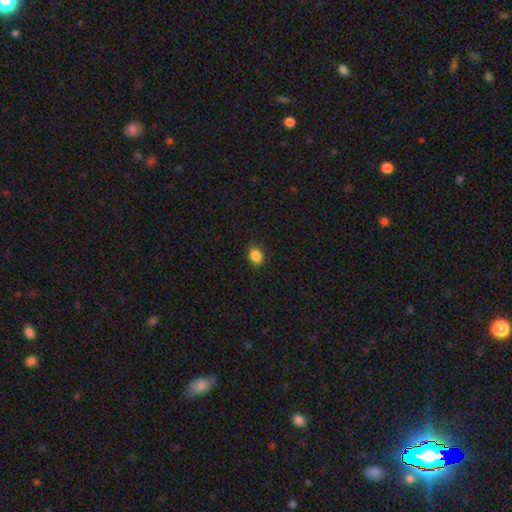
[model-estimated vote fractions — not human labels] Smooth or featured? Predicted: smooth (p=0.87). How rounded? Predicted: round (p=0.49, tied with in between). Merging? Predicted: none (p=0.85).